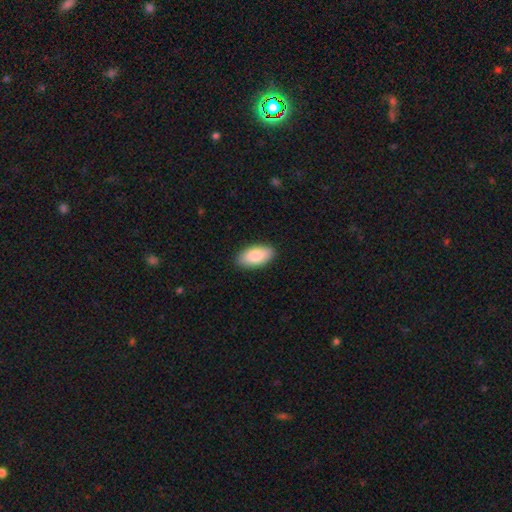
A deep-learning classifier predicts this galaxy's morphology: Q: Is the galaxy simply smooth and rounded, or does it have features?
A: smooth — 85%.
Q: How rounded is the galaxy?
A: in between — 94%.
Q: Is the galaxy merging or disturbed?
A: none — 89%.